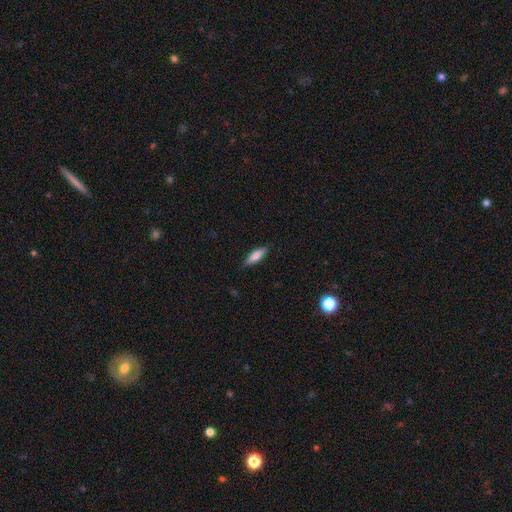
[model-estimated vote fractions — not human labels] The model was most divided on "how rounded": cigar-shaped: 56%, in between: 42%, round: 2%. More confident: merging — none (84%); smooth or featured — smooth (75%).